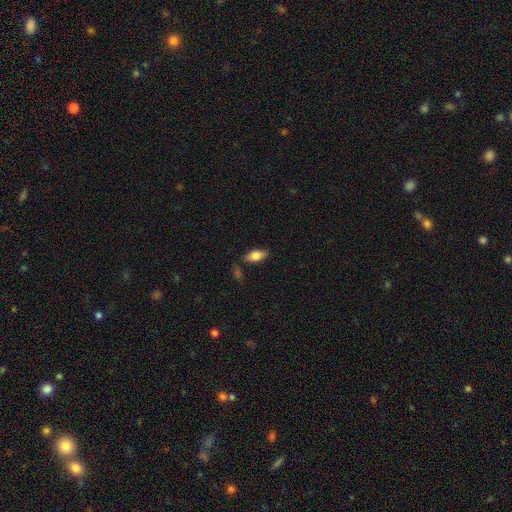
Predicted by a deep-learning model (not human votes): smooth 79%, featured or disk 13%, star or artifact 7%. Down the decision tree: how rounded — in between (88%); merging — none (78%).